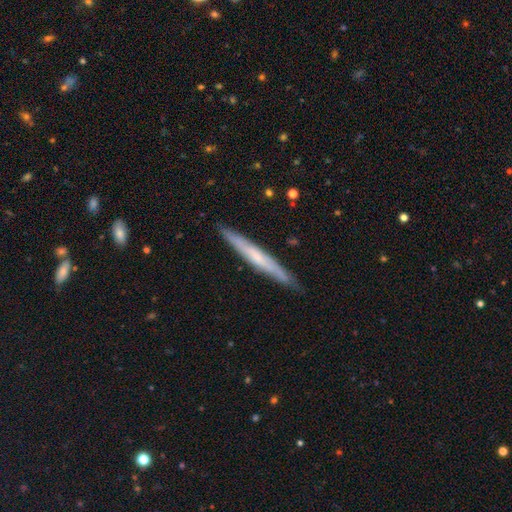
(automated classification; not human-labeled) smooth-or-featured: featured or disk: 52% | smooth: 42% | star or artifact: 6%
  disk-edge-on: yes: 93% | no: 7%
  merging: none: 88% | minor disturbance: 10% | major disturbance: 2% | merger: 1%